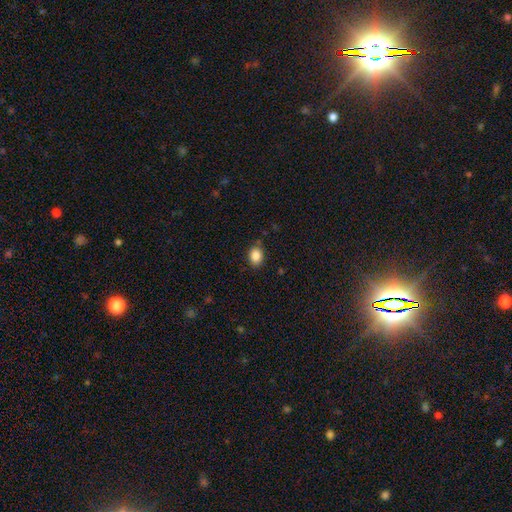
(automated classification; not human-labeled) smooth_or_featured: smooth (p=0.87) [alt: star or artifact p=0.09]
how_rounded: in between (p=0.63) [alt: round p=0.36]
merging: none (p=0.84) [alt: minor disturbance p=0.11]